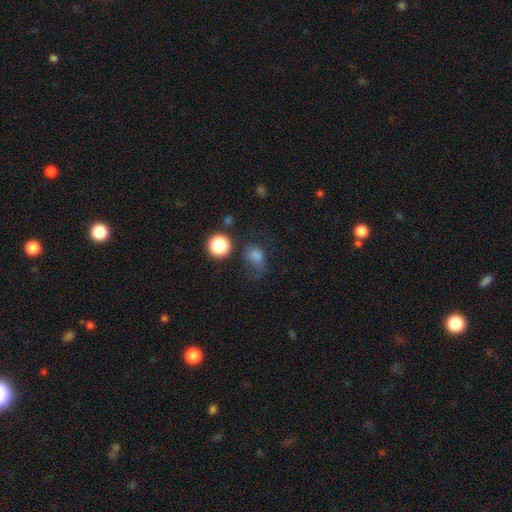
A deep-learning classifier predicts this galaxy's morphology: A smooth galaxy with no disk features (71%) that is in between round and cigar-shaped (53%).

Vote fractions:
- Smooth or featured? smooth: 71% / star or artifact: 19% / featured or disk: 10%
- How rounded? in between: 53% / round: 45% / cigar-shaped: 2%
- Merging? none: 42% / minor disturbance: 27% / major disturbance: 26% / merger: 5%